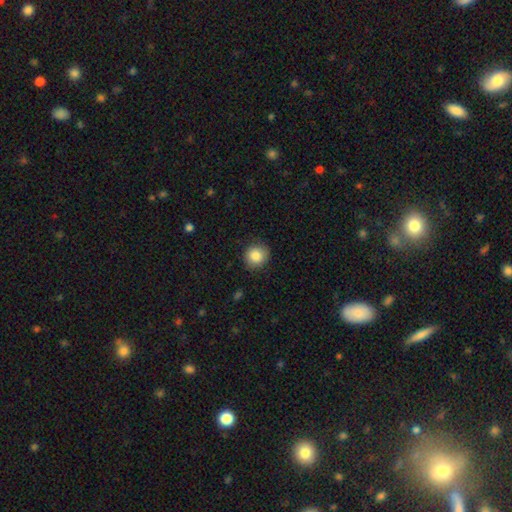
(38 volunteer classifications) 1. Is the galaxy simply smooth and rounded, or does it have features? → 84% smooth, 8% featured or disk, 8% star or artifact.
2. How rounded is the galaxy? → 97% round, 3% in between, 0% cigar-shaped.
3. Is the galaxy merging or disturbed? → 94% none, 3% minor disturbance, 3% major disturbance, 0% merger.